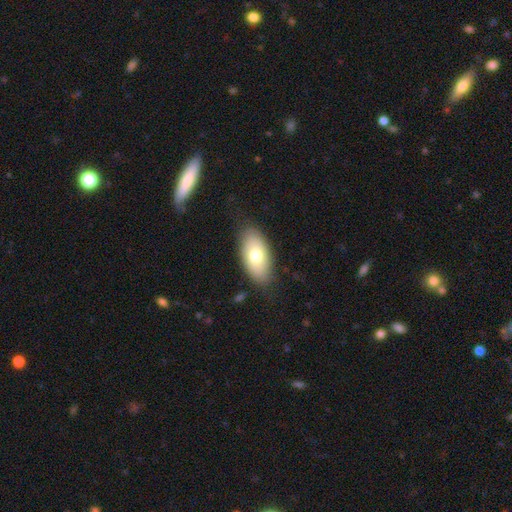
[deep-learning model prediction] Overall: smooth (73%). How rounded: in between (93%). Merging: none (82%).